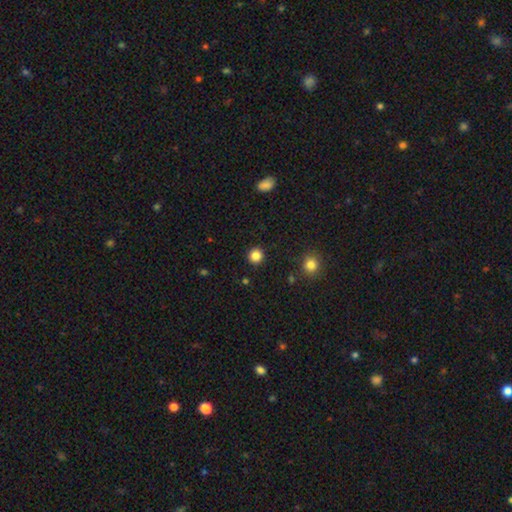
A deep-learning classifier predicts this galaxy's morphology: Smooth or featured?
  - smooth: 84% *
  - star or artifact: 11%
  - featured or disk: 4%
How rounded?
  - round: 93% *
  - in between: 6%
  - cigar-shaped: 1%
Merging?
  - none: 92% *
  - minor disturbance: 5%
  - major disturbance: 2%
  - merger: 1%